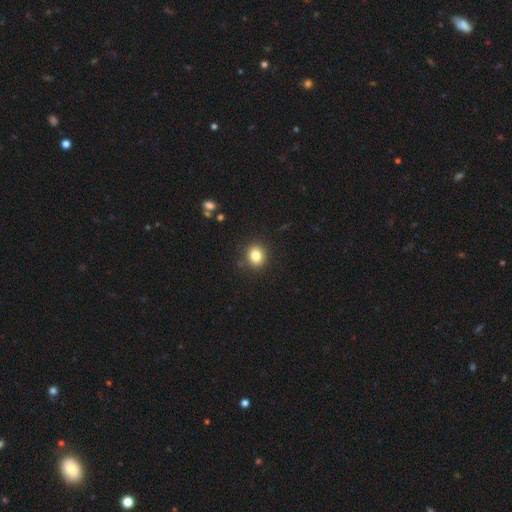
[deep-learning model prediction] Smooth or featured? smooth (83%)
How rounded? round (73%)
Merging? none (88%)